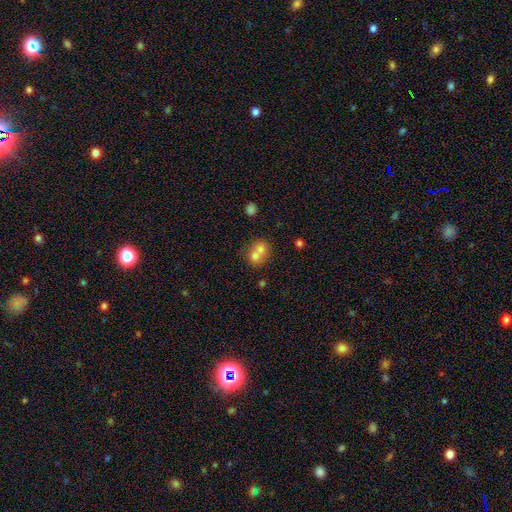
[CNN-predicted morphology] Smooth or featured: smooth — 68% (featured or disk — 21%)
How rounded: round — 73% (in between — 26%)
Merging: merger — 66% (none — 26%)